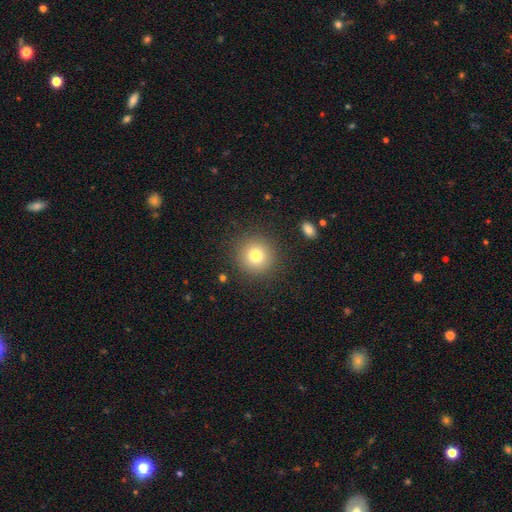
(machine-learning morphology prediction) Q: Smooth or featured?
A: smooth (78%); runner-up: star or artifact (12%)
Q: How rounded?
A: round (93%); runner-up: in between (6%)
Q: Merging?
A: none (89%); runner-up: minor disturbance (7%)